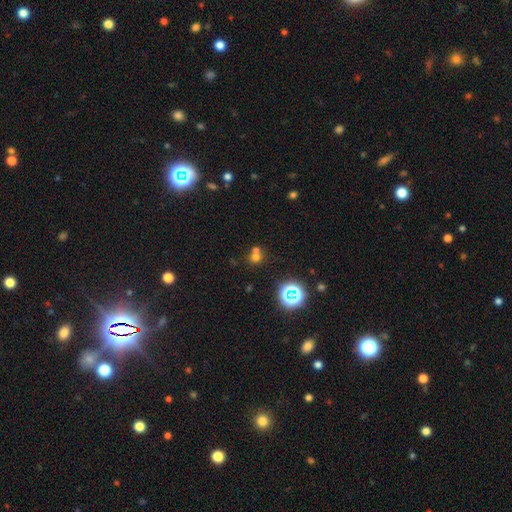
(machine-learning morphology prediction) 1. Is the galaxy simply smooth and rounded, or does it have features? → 58% smooth, 30% star or artifact, 12% featured or disk.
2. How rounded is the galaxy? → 86% round, 13% in between, 1% cigar-shaped.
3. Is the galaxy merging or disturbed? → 46% merger (tied), 46% none (tied), 6% minor disturbance, 3% major disturbance.